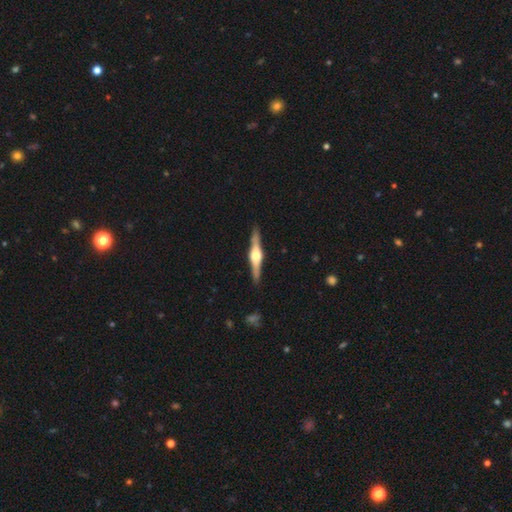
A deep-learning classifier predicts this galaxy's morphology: Smooth or featured? Predicted: featured or disk (p=0.78). Edge-on disk? Predicted: yes (p=0.98). Edge-on bulge? Predicted: rounded (p=0.92). Merging? Predicted: none (p=0.90).